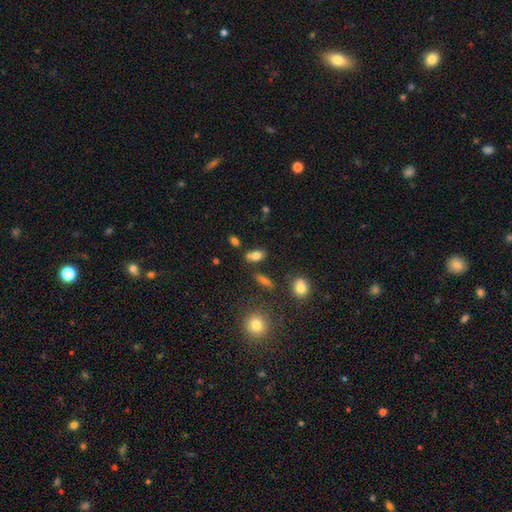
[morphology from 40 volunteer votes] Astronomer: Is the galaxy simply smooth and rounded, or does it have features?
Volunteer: smooth — 78%.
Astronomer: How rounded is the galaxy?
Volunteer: in between — 97%.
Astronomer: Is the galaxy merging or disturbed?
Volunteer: none — 57%.